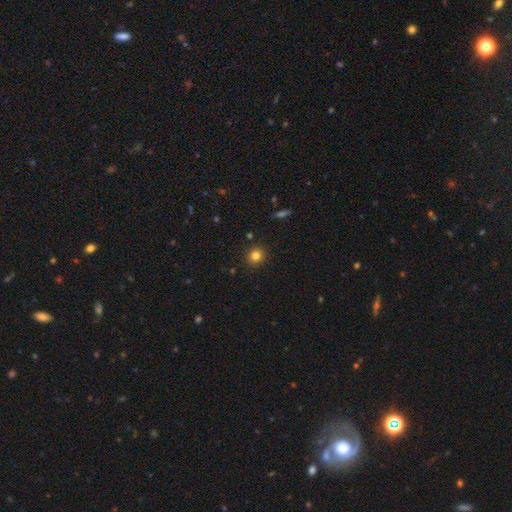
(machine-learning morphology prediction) Smooth or featured: smooth — 81% (star or artifact — 13%)
How rounded: round — 87% (in between — 12%)
Merging: none — 90% (minor disturbance — 6%)